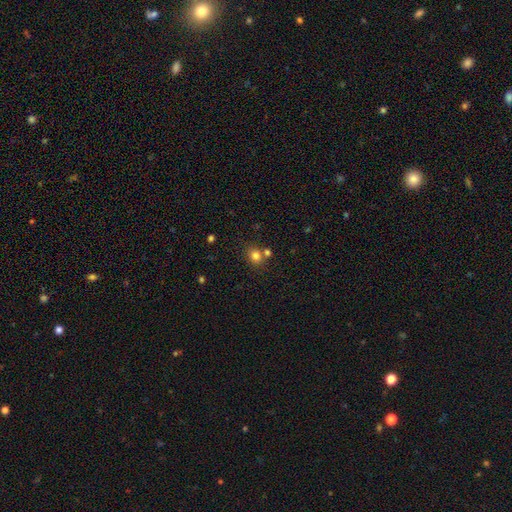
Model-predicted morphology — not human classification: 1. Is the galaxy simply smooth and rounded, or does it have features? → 80% smooth, 13% star or artifact, 7% featured or disk.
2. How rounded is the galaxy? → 72% round, 27% in between, 1% cigar-shaped.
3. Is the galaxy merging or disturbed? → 64% none, 22% merger, 10% minor disturbance, 3% major disturbance.